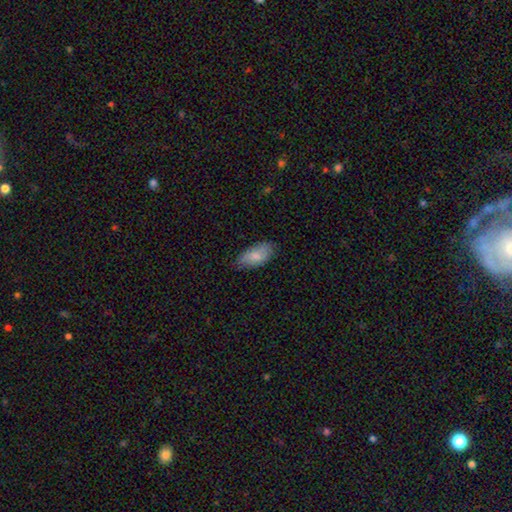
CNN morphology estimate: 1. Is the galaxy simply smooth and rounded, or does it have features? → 80% smooth, 14% featured or disk, 6% star or artifact.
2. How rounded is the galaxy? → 92% in between, 5% cigar-shaped, 3% round.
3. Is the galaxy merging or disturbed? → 70% none, 25% minor disturbance, 4% major disturbance, 1% merger.